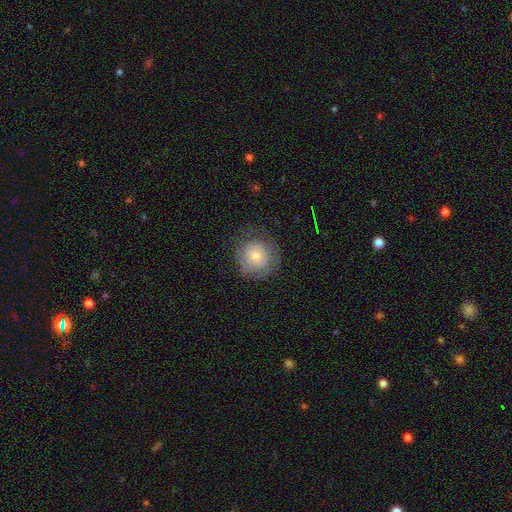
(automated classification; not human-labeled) Morphology: type=smooth (59%); roundness=round (91%); merging=none (72%).